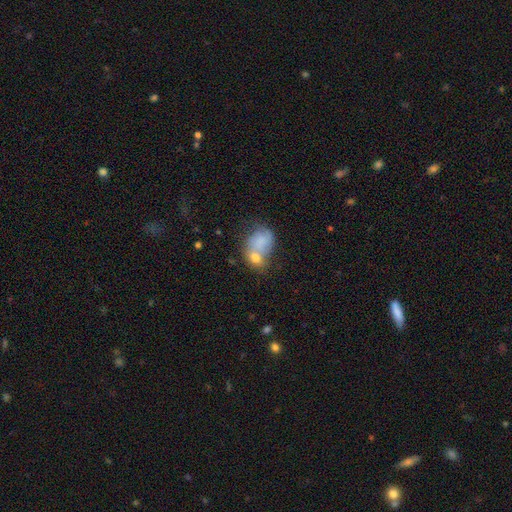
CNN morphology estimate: Smooth or featured? Predicted: smooth (p=0.63). How rounded? Predicted: in between (p=0.60). Merging? Predicted: merger (p=0.51).